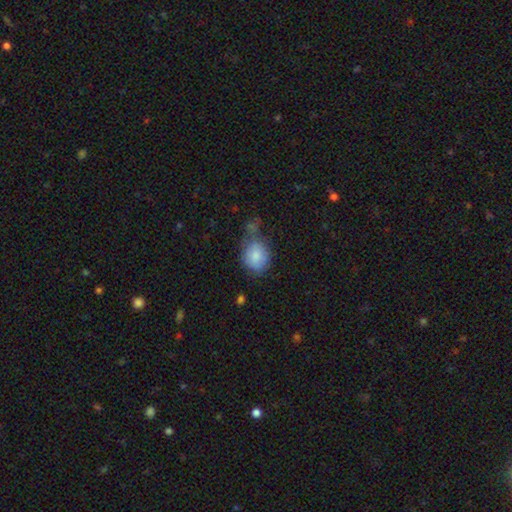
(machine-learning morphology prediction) Smooth or featured?
  - smooth: 82% *
  - featured or disk: 11%
  - star or artifact: 7%
How rounded?
  - round: 59% *
  - in between: 40%
  - cigar-shaped: 1%
Merging?
  - none: 42% *
  - minor disturbance: 28%
  - merger: 16%
  - major disturbance: 14%